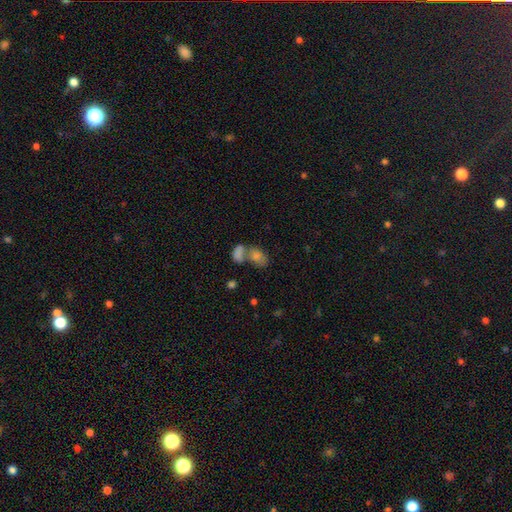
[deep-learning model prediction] Smooth or featured?
  - smooth: 64% *
  - star or artifact: 18%
  - featured or disk: 17%
How rounded?
  - in between: 74% *
  - round: 23%
  - cigar-shaped: 3%
Merging?
  - merger: 52% *
  - none: 32%
  - minor disturbance: 9%
  - major disturbance: 6%